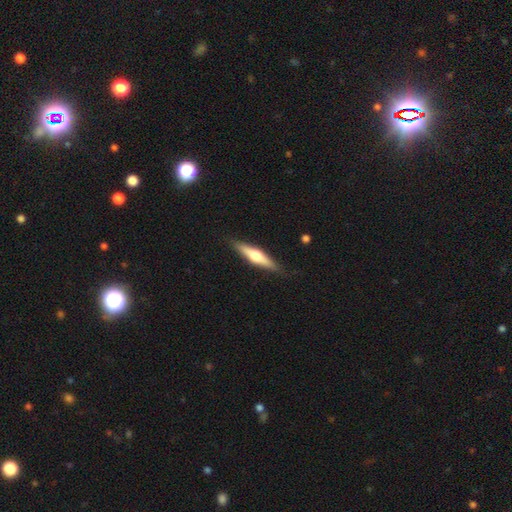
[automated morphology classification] This is possibly a featured or disk galaxy (59%). It is clearly viewed edge-on (96%). Edge-on bulge: clearly rounded (91%). Merging: clearly none (87%).